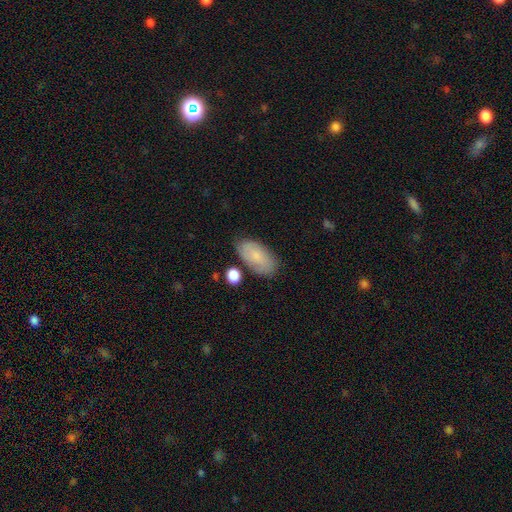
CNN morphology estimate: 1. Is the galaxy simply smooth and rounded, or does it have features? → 79% smooth, 15% featured or disk, 6% star or artifact.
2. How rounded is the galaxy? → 94% in between, 3% round, 3% cigar-shaped.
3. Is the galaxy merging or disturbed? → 73% none, 17% minor disturbance, 5% merger, 4% major disturbance.